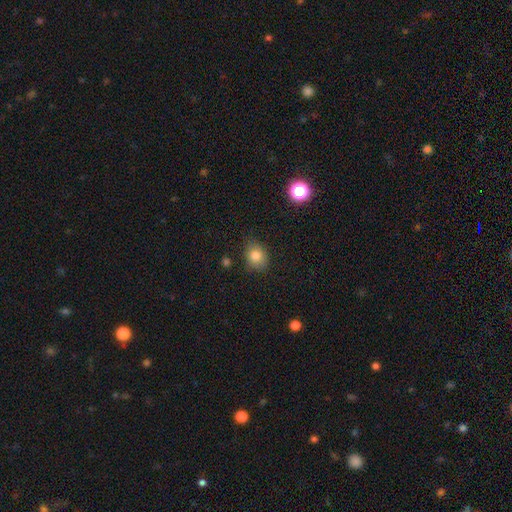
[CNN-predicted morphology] A smooth galaxy with no disk features (80%) that is in between round and cigar-shaped (52%).

Vote fractions:
- Smooth or featured? smooth: 80% / star or artifact: 11% / featured or disk: 8%
- How rounded? in between: 52% / round: 47% / cigar-shaped: 1%
- Merging? none: 78% / minor disturbance: 17% / major disturbance: 3% / merger: 2%